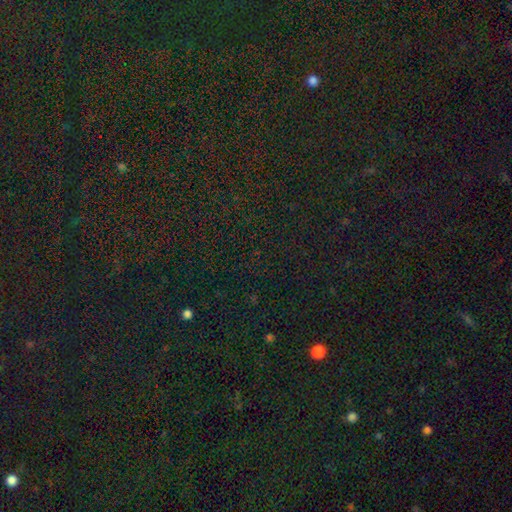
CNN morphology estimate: A star or artifact, not a galaxy (82%).